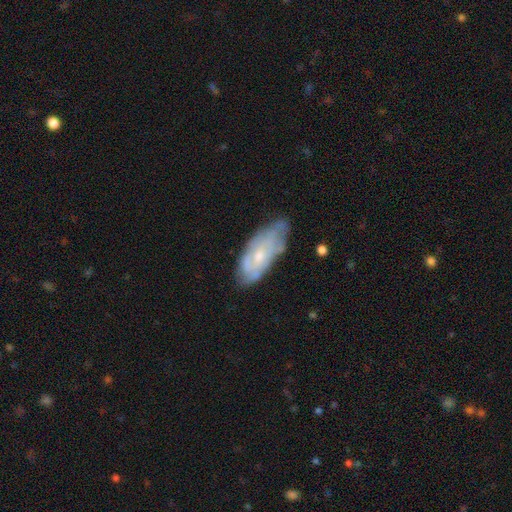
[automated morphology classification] The model was most divided on "smooth or featured": featured or disk: 53%, smooth: 35%, star or artifact: 13%. More confident: edge-on disk — no (81%); merging — none (75%).